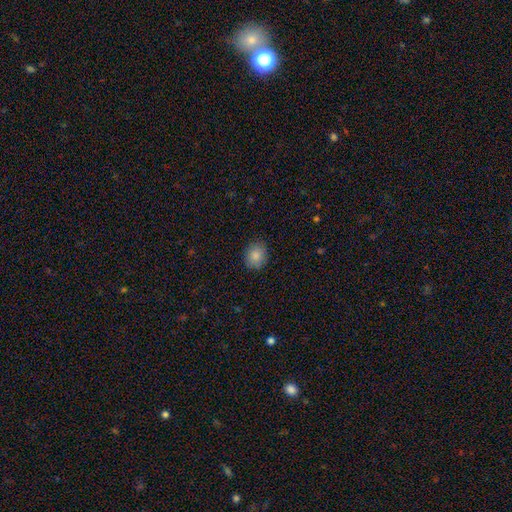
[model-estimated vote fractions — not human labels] Q: Smooth or featured?
A: smooth (85%); runner-up: star or artifact (8%)
Q: How rounded?
A: round (63%); runner-up: in between (37%)
Q: Merging?
A: none (86%); runner-up: minor disturbance (11%)